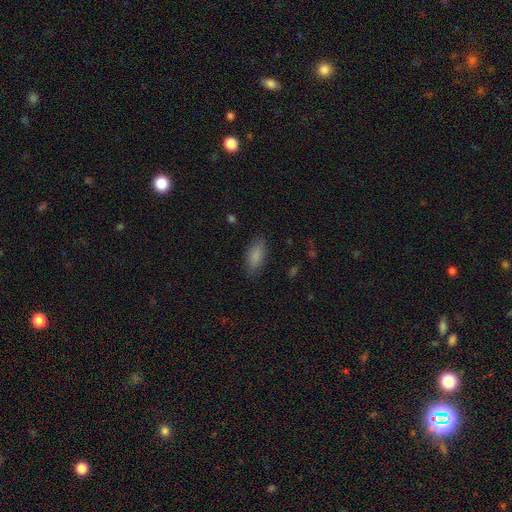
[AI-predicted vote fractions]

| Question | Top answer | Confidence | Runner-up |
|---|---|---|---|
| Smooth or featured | smooth | 87% | star or artifact (7%) |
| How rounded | in between | 87% | cigar-shaped (11%) |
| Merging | none | 83% | minor disturbance (13%) |